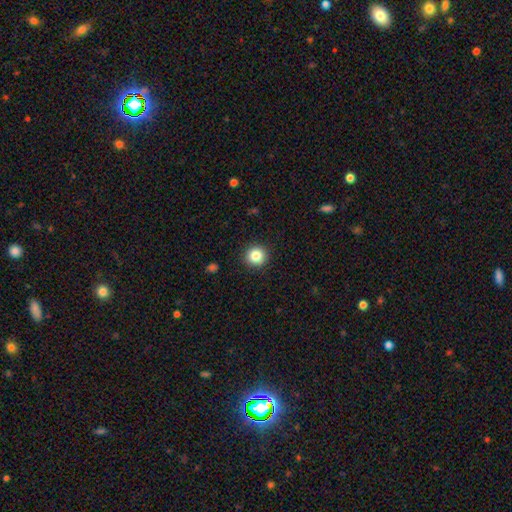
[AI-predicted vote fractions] Morphology: type=smooth (84%); roundness=round (93%); merging=none (91%).